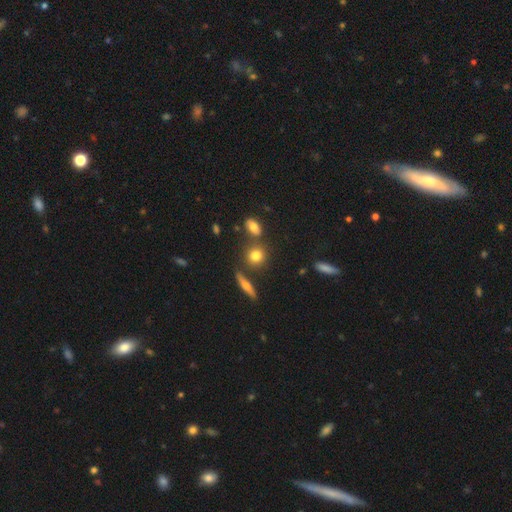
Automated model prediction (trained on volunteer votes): Smooth or featured? Predicted: smooth (p=0.78). How rounded? Predicted: round (p=0.74). Merging? Predicted: none (p=0.73).